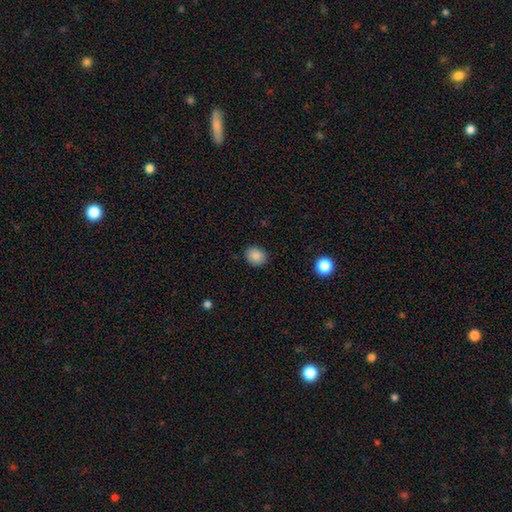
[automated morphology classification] A smooth galaxy with no disk features (87%) that is round (60%).

Vote fractions:
- Smooth or featured? smooth: 87% / star or artifact: 9% / featured or disk: 4%
- How rounded? round: 60% / in between: 40% / cigar-shaped: 1%
- Merging? none: 88% / minor disturbance: 8% / major disturbance: 2% / merger: 1%